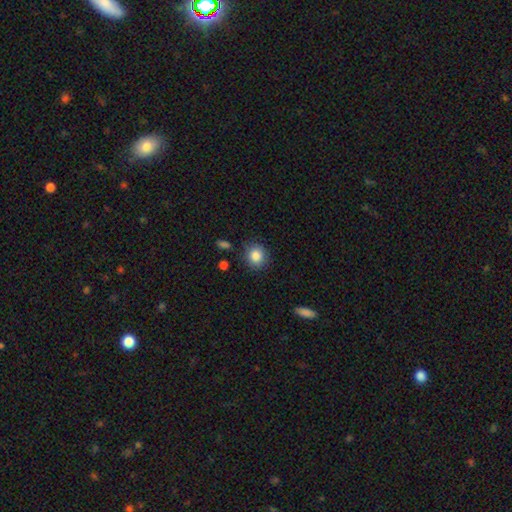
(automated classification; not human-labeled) smooth-or-featured: smooth: 86% | star or artifact: 9% | featured or disk: 6%
  how-rounded: round: 83% | in between: 16% | cigar-shaped: 1%
  merging: none: 84% | minor disturbance: 11% | major disturbance: 3% | merger: 2%